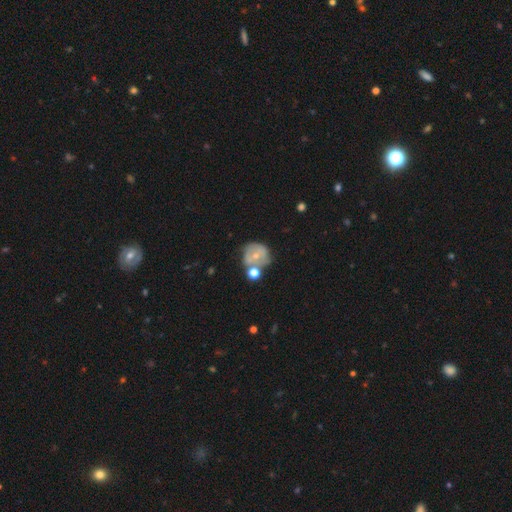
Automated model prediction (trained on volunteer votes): smooth 50%, featured or disk 40%, star or artifact 10%. Down the decision tree: how rounded — round (84%); merging — none (43%).